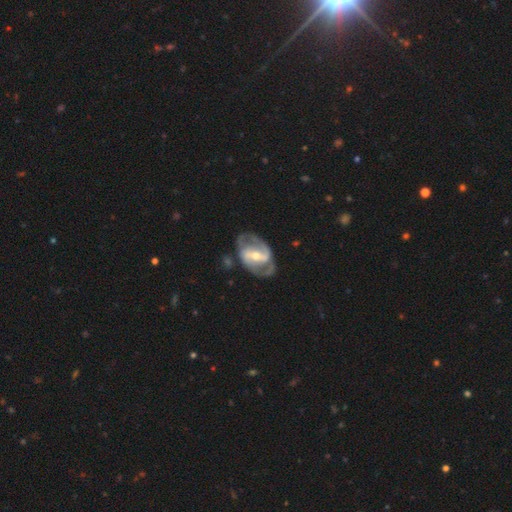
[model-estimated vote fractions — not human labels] Smooth or featured? featured or disk (84%)
Edge-on disk? no (96%)
Bar? strong (50%)
Spiral arms? yes (86%)
Spiral winding? medium (50%)
Spiral arm count? 2 (84%)
Bulge size? moderate (58%)
Merging? none (67%)